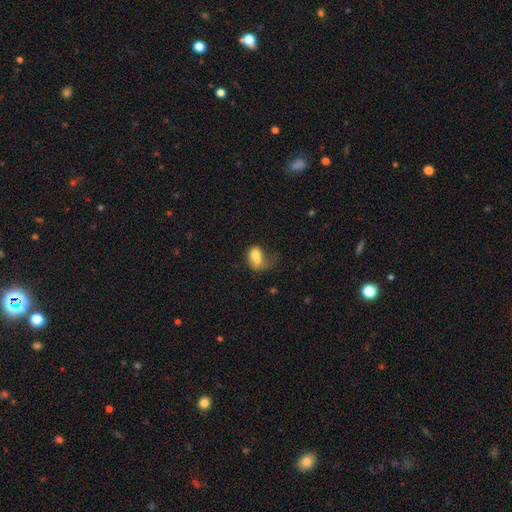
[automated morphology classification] smooth-or-featured: smooth: 69% | featured or disk: 23% | star or artifact: 9%
  how-rounded: in between: 75% | round: 24% | cigar-shaped: 2%
  merging: merger: 40% | major disturbance: 27% | none: 18% | minor disturbance: 15%